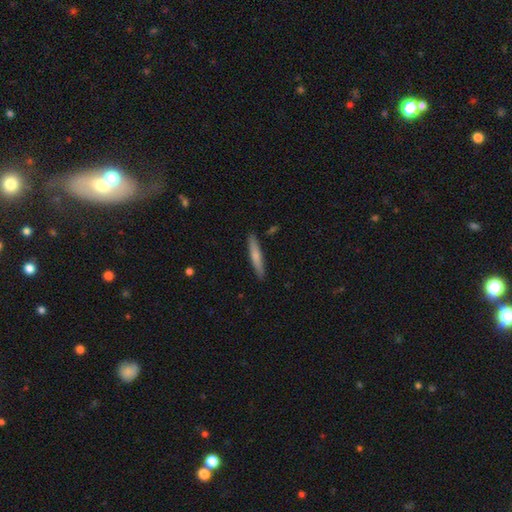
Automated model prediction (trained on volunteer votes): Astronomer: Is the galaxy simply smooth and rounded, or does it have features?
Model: smooth — 68%.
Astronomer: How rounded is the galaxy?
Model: cigar-shaped — 93%.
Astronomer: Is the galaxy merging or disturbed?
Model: none — 89%.